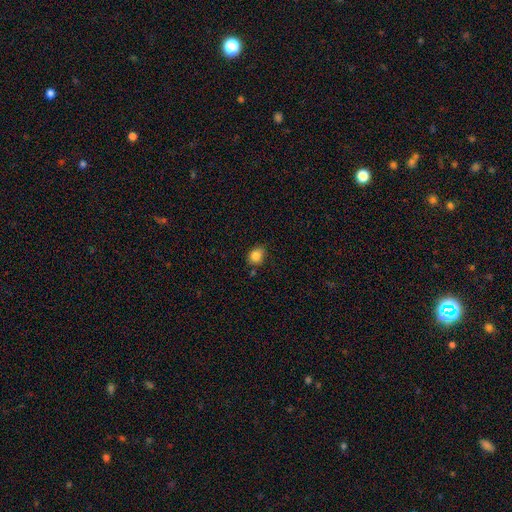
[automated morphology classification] smooth_or_featured: smooth (p=0.84) [alt: star or artifact p=0.10]
how_rounded: round (p=0.58) [alt: in between p=0.41]
merging: none (p=0.71) [alt: minor disturbance p=0.21]